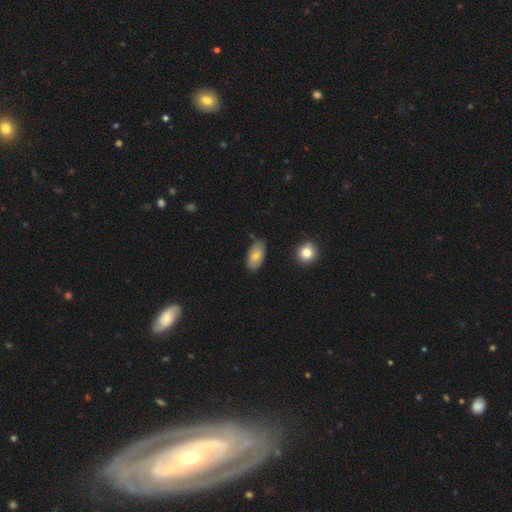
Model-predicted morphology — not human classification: Smooth or featured? Predicted: smooth (p=0.79). How rounded? Predicted: in between (p=0.93). Merging? Predicted: none (p=0.75).